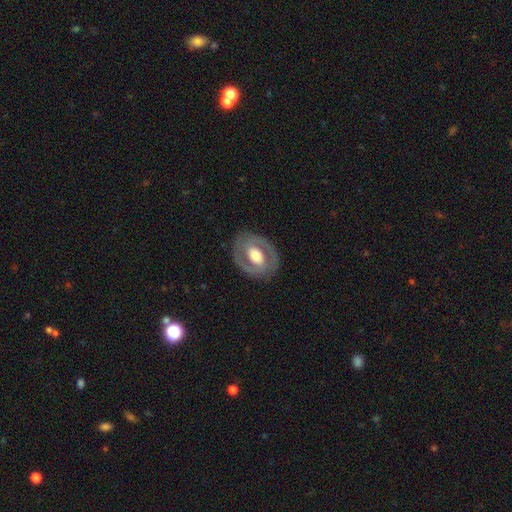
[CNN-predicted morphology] Overall: featured or disk (66%; smooth 28%). Edge-on disk: no (95%). Bar: no (46%; weak 33%). Spiral arms: yes (50%, tied with no). Bulge size: moderate (55%; large 33%). Merging: none (82%).